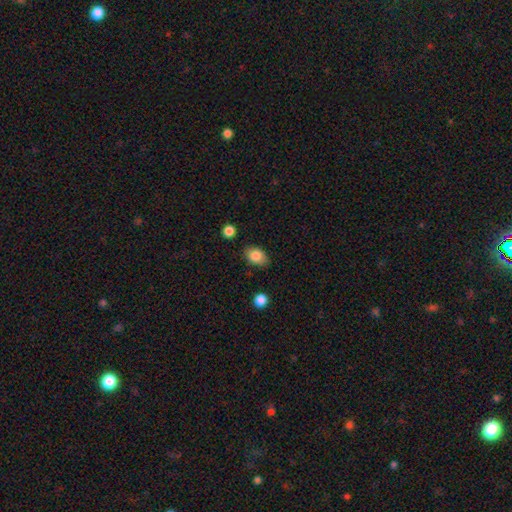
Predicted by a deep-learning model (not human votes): This is clearly a smooth galaxy (85%). How rounded: clearly in between (81%). Merging: clearly none (81%).